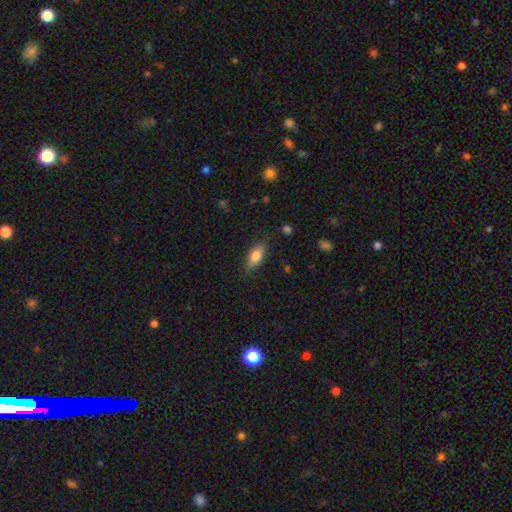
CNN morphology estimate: Smooth or featured? Predicted: smooth (p=0.81). How rounded? Predicted: in between (p=0.83). Merging? Predicted: none (p=0.80).